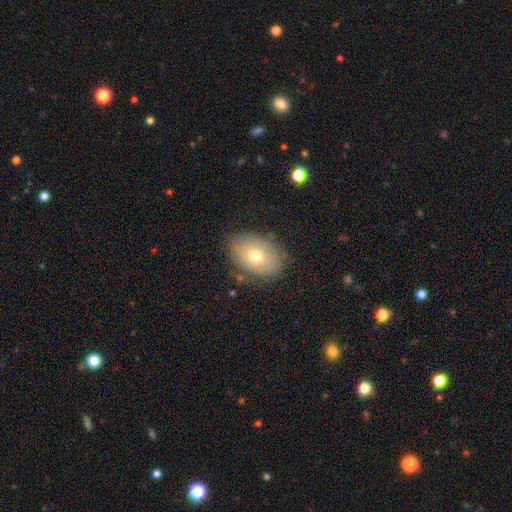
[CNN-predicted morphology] Overall: smooth (67%). How rounded: in between (84%). Merging: none (80%).